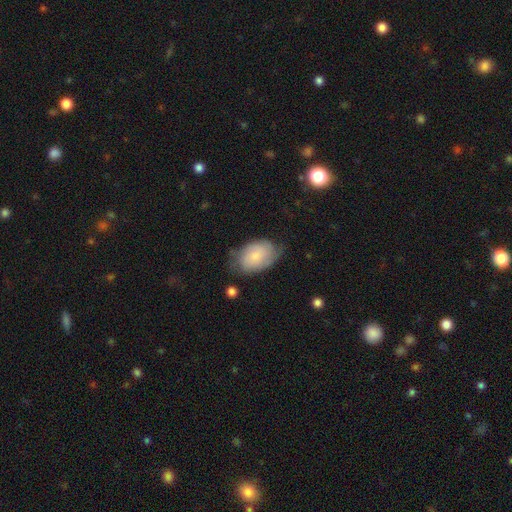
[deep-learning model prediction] smooth-or-featured: smooth: 67% | featured or disk: 26% | star or artifact: 7%
  how-rounded: in between: 89% | round: 10% | cigar-shaped: 1%
  merging: none: 60% | minor disturbance: 30% | major disturbance: 8% | merger: 2%